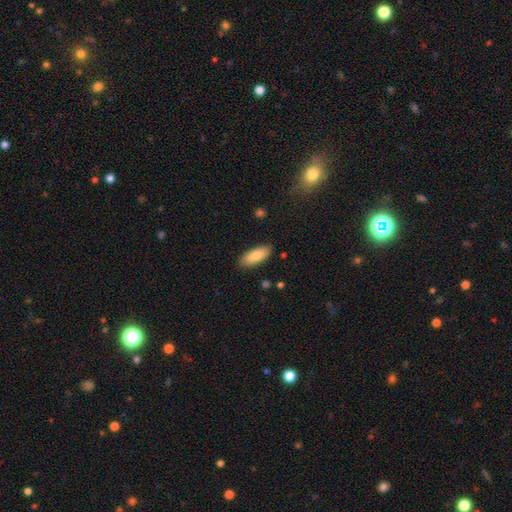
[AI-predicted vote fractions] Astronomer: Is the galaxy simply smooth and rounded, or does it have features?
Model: smooth — 85%.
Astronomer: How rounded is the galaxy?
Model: in between — 76%.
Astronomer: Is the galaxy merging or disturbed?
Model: none — 86%.